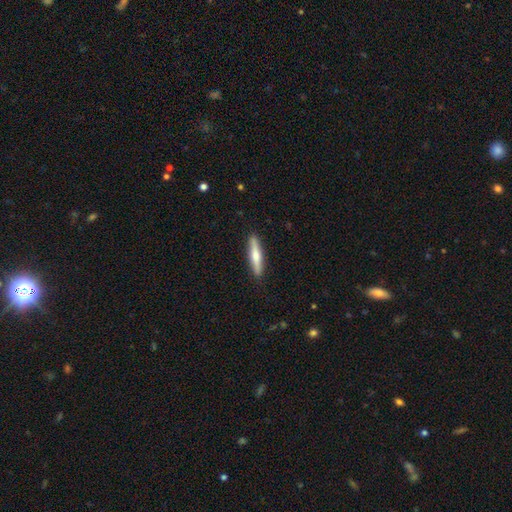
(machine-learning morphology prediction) smooth 54%, featured or disk 41%, star or artifact 5%. Down the decision tree: how rounded — cigar-shaped (87%); merging — none (90%).